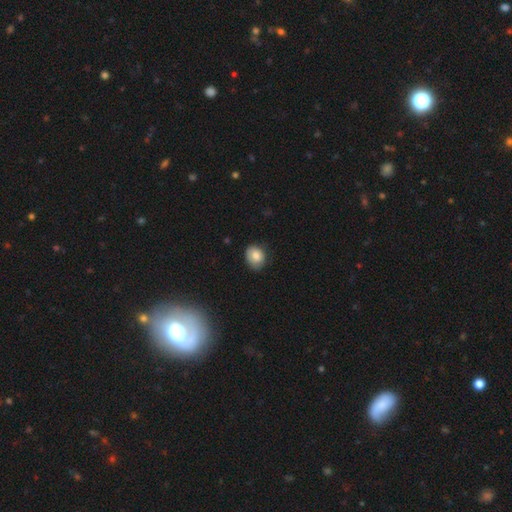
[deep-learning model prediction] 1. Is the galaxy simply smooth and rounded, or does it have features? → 80% smooth, 12% featured or disk, 8% star or artifact.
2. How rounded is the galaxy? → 51% round, 48% in between, 1% cigar-shaped.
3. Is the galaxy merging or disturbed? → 69% none, 24% minor disturbance, 5% major disturbance, 1% merger.